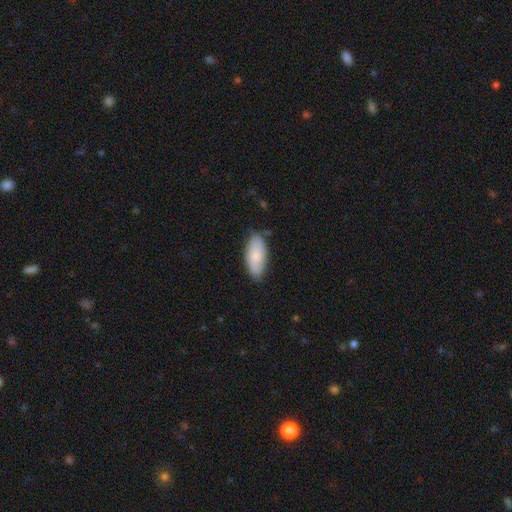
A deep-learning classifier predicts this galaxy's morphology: smooth_or_featured: smooth (p=0.79) [alt: featured or disk p=0.16]
how_rounded: in between (p=0.89) [alt: cigar-shaped p=0.09]
merging: none (p=0.78) [alt: minor disturbance p=0.17]